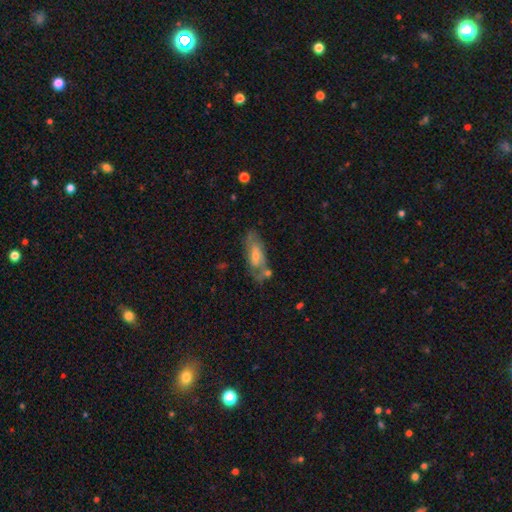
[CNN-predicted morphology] The model was most divided on "bar": no: 45%, weak: 42%, strong: 14%. Remaining: edge-on disk — no (85%); spiral arms — yes (70%); smooth or featured — featured or disk (61%); merging — none (58%); bulge size — small (48%).